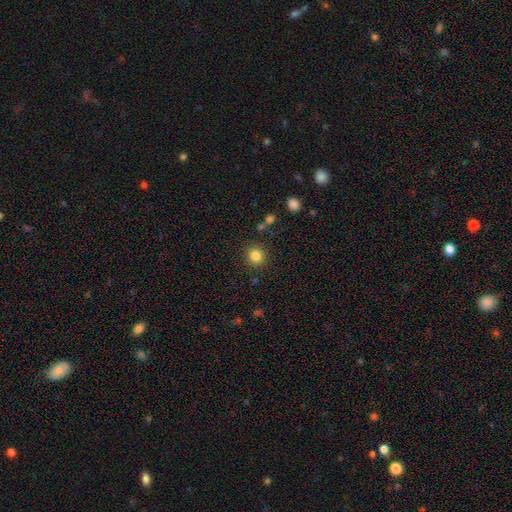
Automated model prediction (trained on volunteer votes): Smooth or featured? smooth (83%)
How rounded? round (90%)
Merging? none (89%)